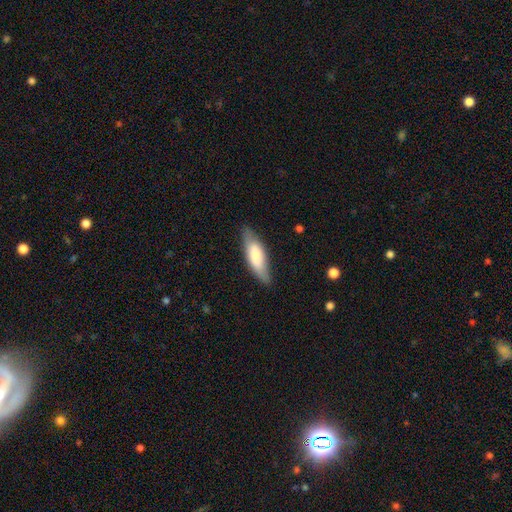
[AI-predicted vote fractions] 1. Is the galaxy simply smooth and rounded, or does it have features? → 71% smooth, 24% featured or disk, 5% star or artifact.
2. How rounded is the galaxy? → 56% in between, 42% cigar-shaped, 2% round.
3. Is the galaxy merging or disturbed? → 79% none, 16% minor disturbance, 3% major disturbance, 1% merger.